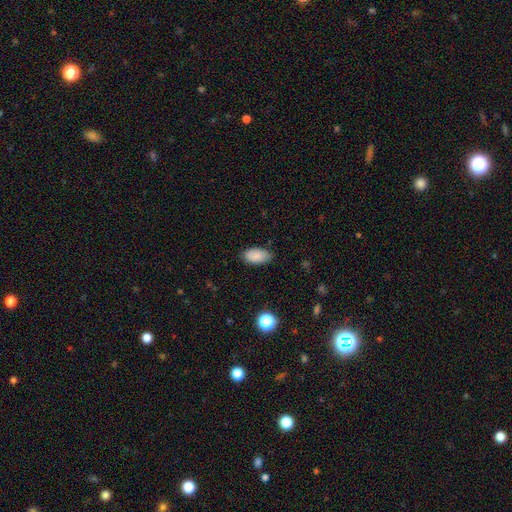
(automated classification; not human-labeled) This appears to be a smooth galaxy with no disk features (86%) that is in between round and cigar-shaped (94%). Merging: none (80%).